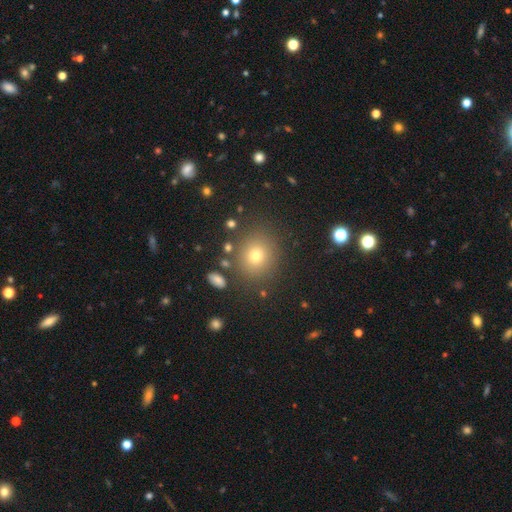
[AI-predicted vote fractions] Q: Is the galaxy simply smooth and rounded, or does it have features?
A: smooth — 71%.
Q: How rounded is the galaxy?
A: round — 82%.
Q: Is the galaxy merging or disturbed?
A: none — 86%.